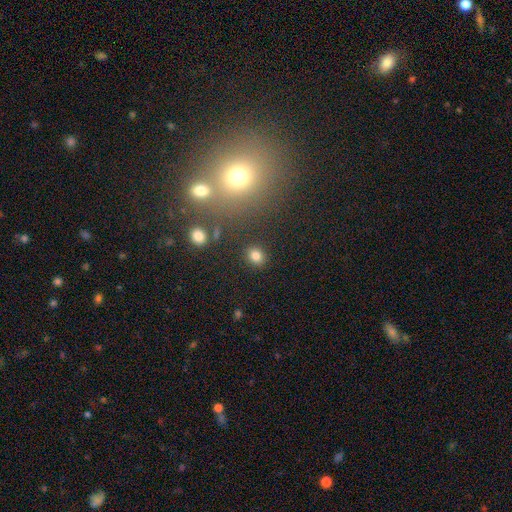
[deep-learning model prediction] Smooth or featured: smooth — 81% (star or artifact — 13%)
How rounded: round — 70% (in between — 29%)
Merging: none — 88% (minor disturbance — 7%)